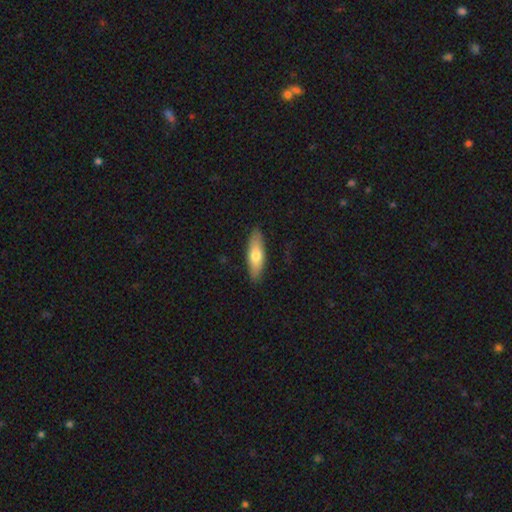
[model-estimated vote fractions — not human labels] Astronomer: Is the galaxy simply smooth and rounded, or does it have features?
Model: smooth — 69%.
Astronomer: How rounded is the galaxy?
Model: in between — 53% (runner-up: cigar-shaped, 45%).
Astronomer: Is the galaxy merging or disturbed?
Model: none — 87%.